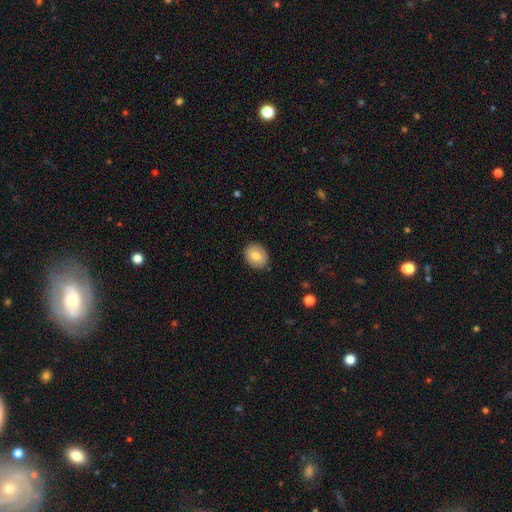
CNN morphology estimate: This is likely a smooth galaxy (76%). How rounded: possibly round (59%). Merging: clearly none (89%).